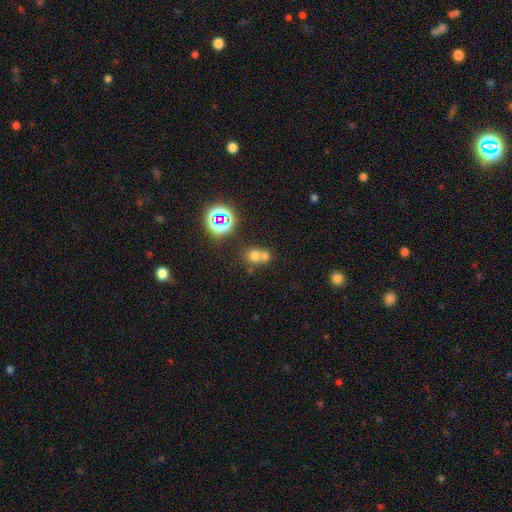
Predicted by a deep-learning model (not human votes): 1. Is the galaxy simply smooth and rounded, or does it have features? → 63% smooth, 24% star or artifact, 13% featured or disk.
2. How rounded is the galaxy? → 80% round, 19% in between, 1% cigar-shaped.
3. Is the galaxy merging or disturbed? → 51% merger, 39% none, 6% minor disturbance, 3% major disturbance.